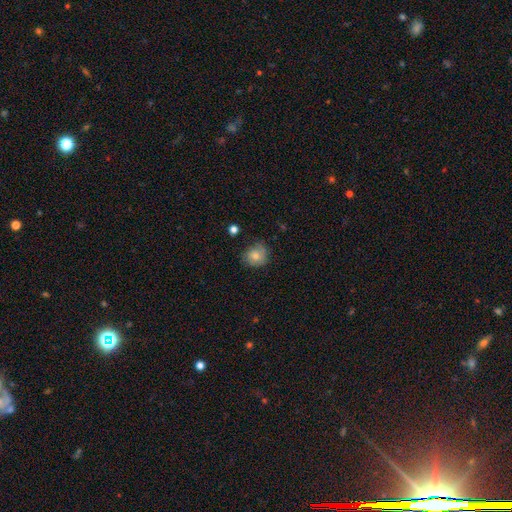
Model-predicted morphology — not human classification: smooth_or_featured: smooth (p=0.75) [alt: featured or disk p=0.15]
how_rounded: round (p=0.78) [alt: in between p=0.21]
merging: none (p=0.70) [alt: minor disturbance p=0.23]